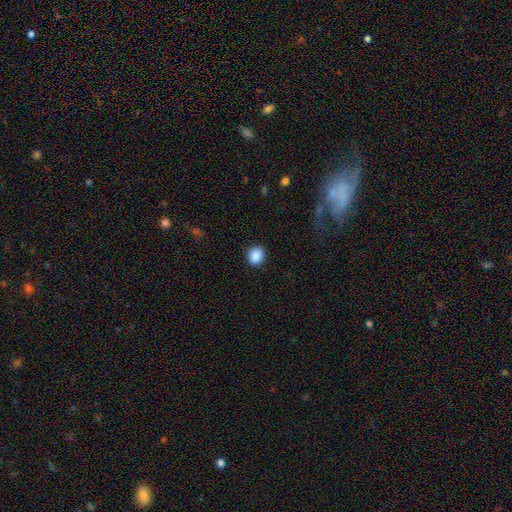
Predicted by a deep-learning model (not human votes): Smooth or featured? smooth (89%)
How rounded? round (77%)
Merging? none (90%)